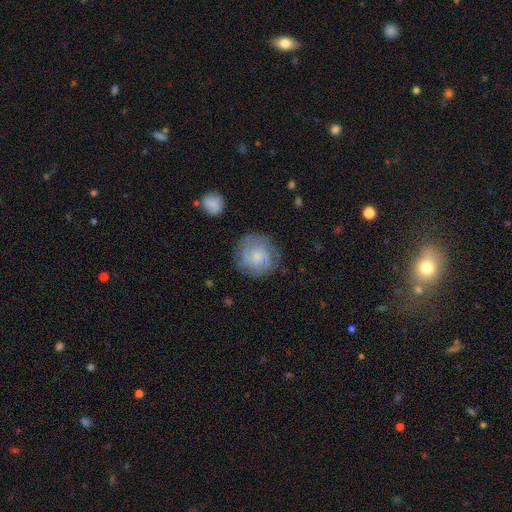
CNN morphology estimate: A smooth galaxy with no disk features (47%). Merging: none (74%).